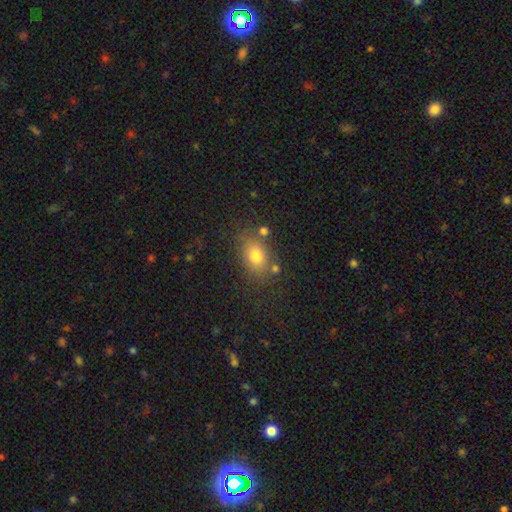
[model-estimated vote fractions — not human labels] The model was most divided on "how rounded": in between: 70%, round: 29%, cigar-shaped: 2%. More confident: smooth or featured — smooth (77%); merging — none (70%).